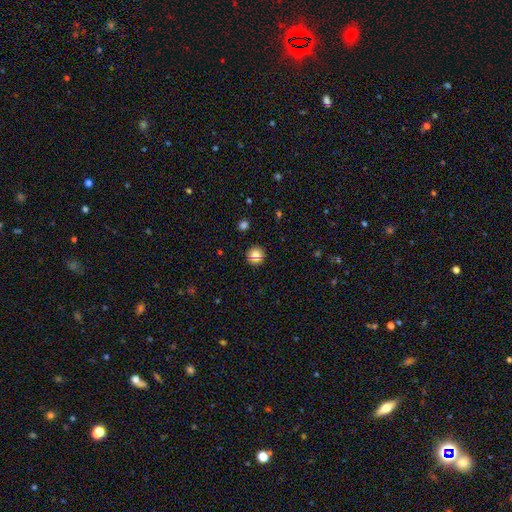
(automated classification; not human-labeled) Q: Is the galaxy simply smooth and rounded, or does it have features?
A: smooth — 82%.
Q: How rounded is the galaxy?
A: round — 95%.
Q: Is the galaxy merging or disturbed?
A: none — 91%.